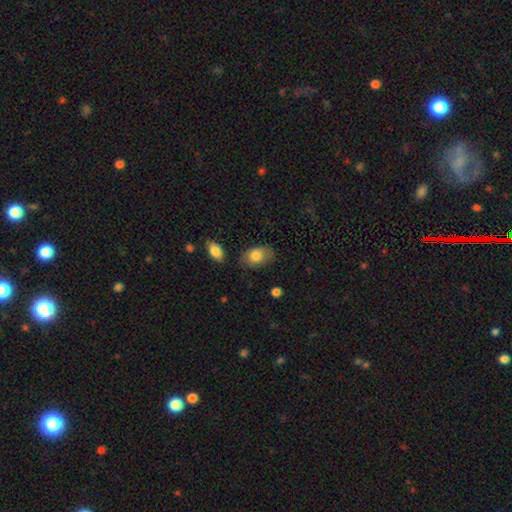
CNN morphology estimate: This is clearly a smooth galaxy (81%). How rounded: clearly in between (87%). Merging: likely none (69%).